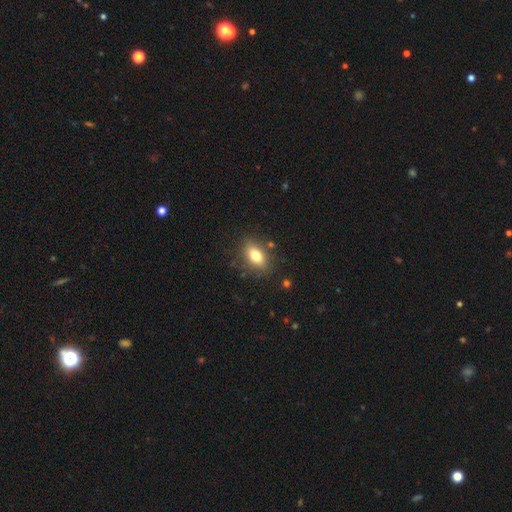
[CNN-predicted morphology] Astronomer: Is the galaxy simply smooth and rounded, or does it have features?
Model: smooth — 77%.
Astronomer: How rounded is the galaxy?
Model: in between — 83%.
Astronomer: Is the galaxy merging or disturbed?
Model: none — 82%.